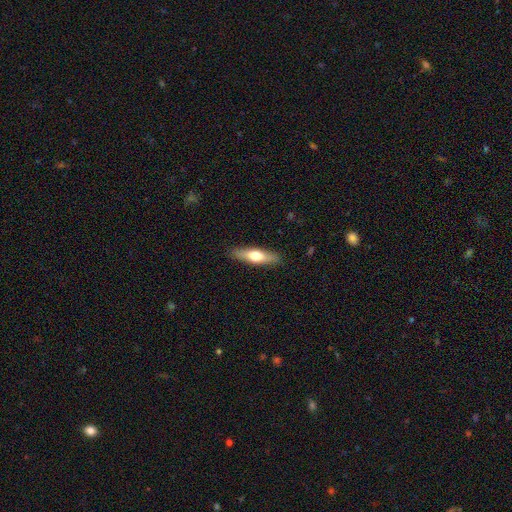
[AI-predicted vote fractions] This is possibly a smooth galaxy (58%). How rounded: likely cigar-shaped (62%). Merging: clearly none (88%).